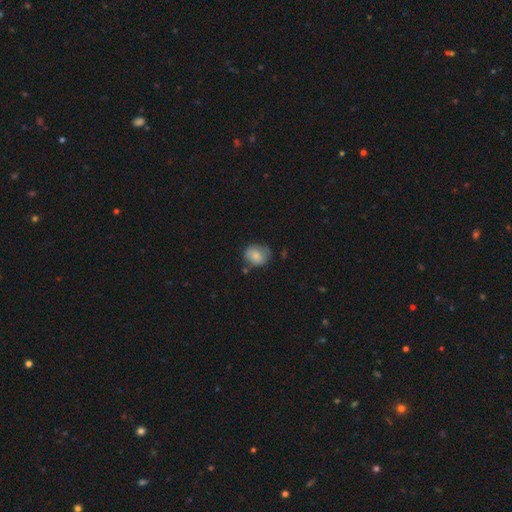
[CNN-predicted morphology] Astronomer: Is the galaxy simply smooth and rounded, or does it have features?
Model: smooth — 75%.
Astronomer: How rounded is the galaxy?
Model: round — 60% (runner-up: in between, 39%).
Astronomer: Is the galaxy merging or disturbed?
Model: none — 58%.